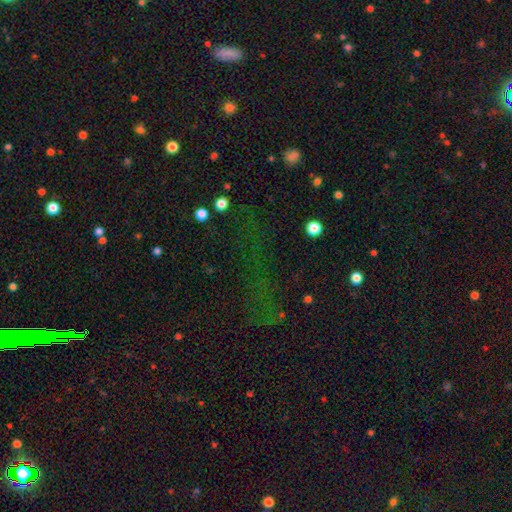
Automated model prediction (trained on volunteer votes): Smooth or featured: star or artifact — 64% (smooth — 25%)